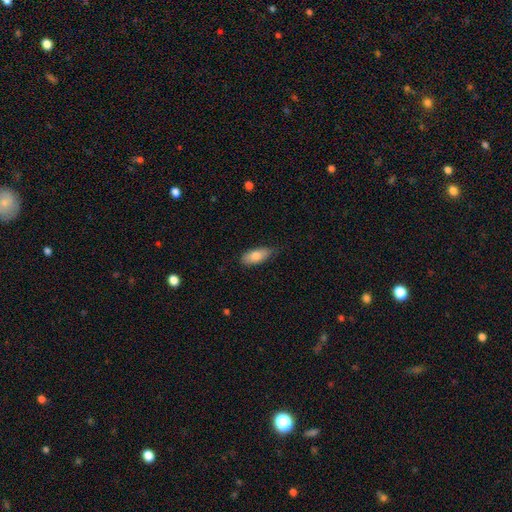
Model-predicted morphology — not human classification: smooth 81%, featured or disk 13%, star or artifact 6%. Down the decision tree: how rounded — in between (84%); merging — none (73%).